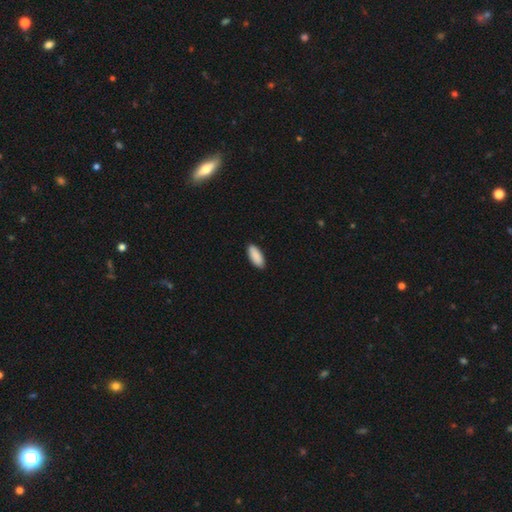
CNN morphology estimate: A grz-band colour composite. It shows a smooth galaxy with no disk features (91%) that is in between round and cigar-shaped (83%). Merging: none (90%).